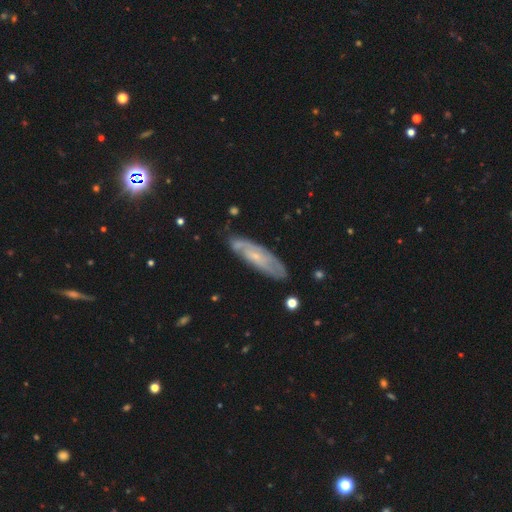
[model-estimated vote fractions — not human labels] Smooth or featured? featured or disk (64%)
Edge-on disk? no (70%)
Merging? none (75%)